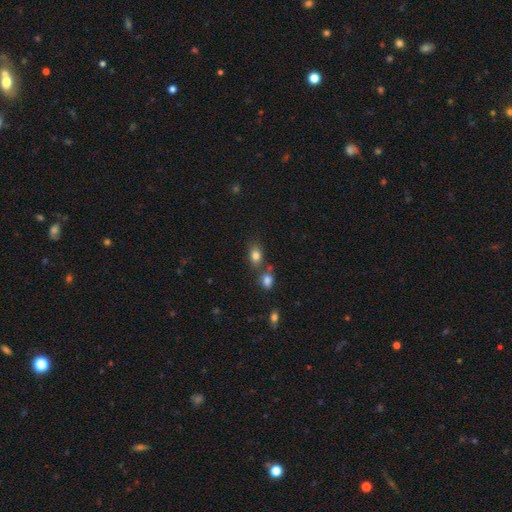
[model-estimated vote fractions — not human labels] smooth 81%, star or artifact 11%, featured or disk 8%. Down the decision tree: how rounded — in between (77%); merging — none (62%).